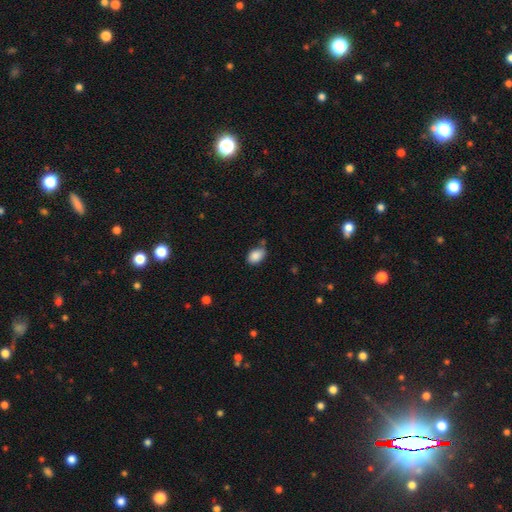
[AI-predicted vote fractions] The model was most divided on "merging": none: 66%, minor disturbance: 22%, merger: 6%, major disturbance: 5%. More confident: smooth or featured — smooth (88%); how rounded — in between (87%).